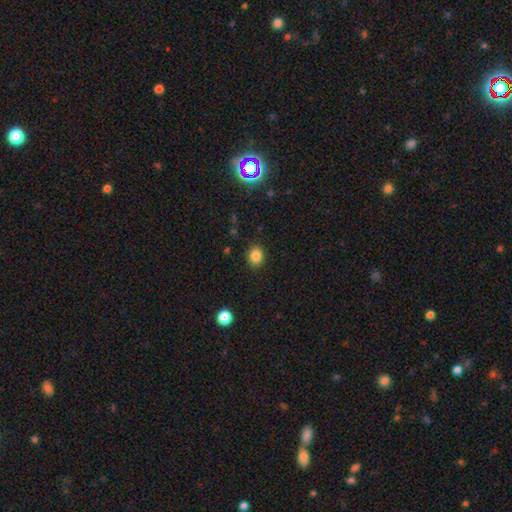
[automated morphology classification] Overall: smooth (84%). How rounded: round (61%; in between 38%). Merging: none (88%).